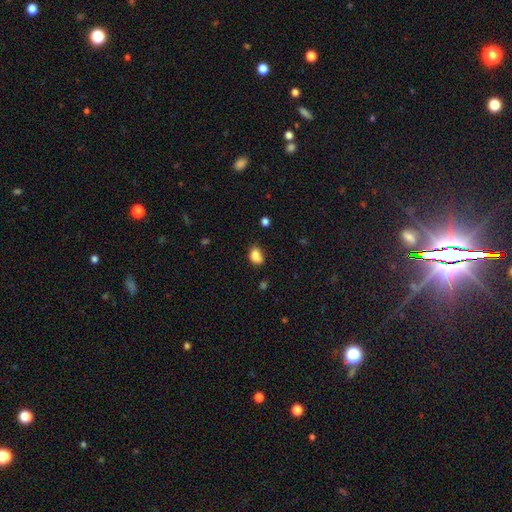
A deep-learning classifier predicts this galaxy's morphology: Overall: smooth (85%). How rounded: in between (75%). Merging: none (58%; minor disturbance 30%).